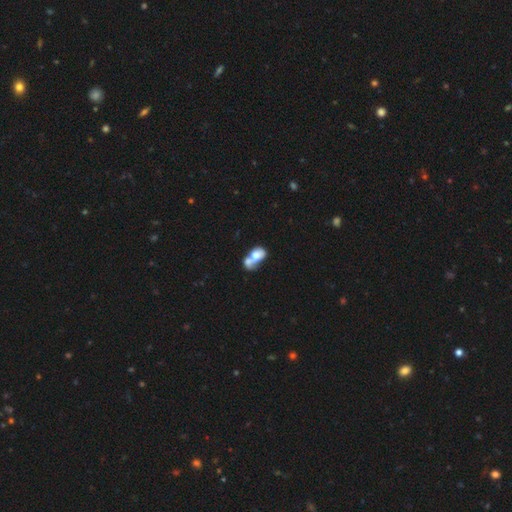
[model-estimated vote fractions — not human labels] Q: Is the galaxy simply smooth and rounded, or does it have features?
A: smooth — 64%.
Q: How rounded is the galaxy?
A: in between — 71%.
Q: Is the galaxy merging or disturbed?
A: merger — 75%.